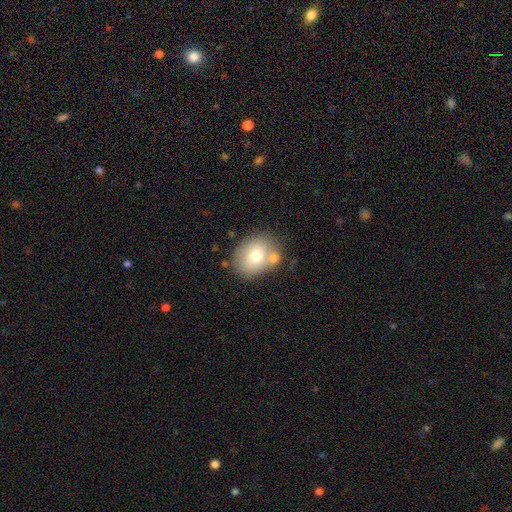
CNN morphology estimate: Smooth or featured: smooth — 72% (featured or disk — 19%)
How rounded: in between — 54% (round — 46%)
Merging: none — 64% (merger — 16%)